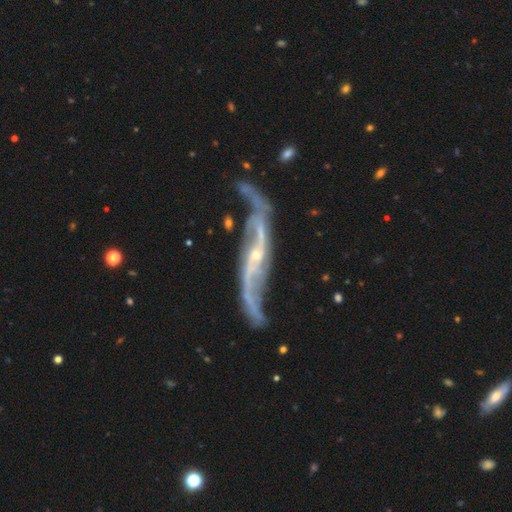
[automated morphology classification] A featured or disk galaxy (89%) with a weak bar (37%), 2 (87%) loose (76%) spiral arms (95%) and a small central bulge (76%). Merging: none (57%).